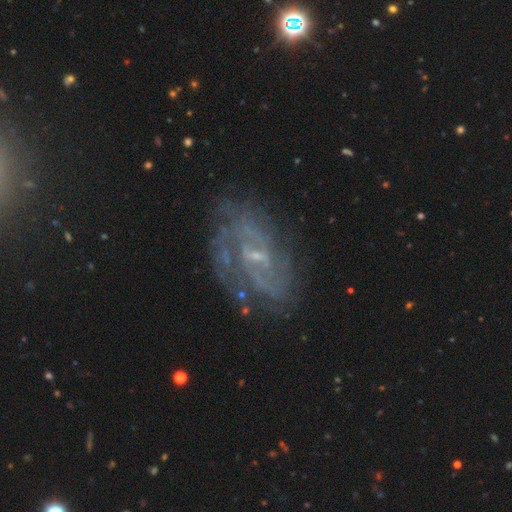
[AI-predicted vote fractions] A featured or disk galaxy (81%) with a weak bar (52%), 2 (37%) tight (41%) spiral arms (89%) and a small central bulge (69%).

Vote fractions:
- Smooth or featured? featured or disk: 81% / star or artifact: 10% / smooth: 9%
- Edge-on disk? no: 96% / yes: 4%
- Bar? weak: 52% / no: 32% / strong: 16%
- Spiral arms? yes: 89% / no: 11%
- Spiral winding? tight: 41% / medium: 40% / loose: 19%
- Spiral arm count? 2: 37% / can't tell: 34% / 3: 12% / 4: 6% / 1: 6% / more than 4: 5%
- Bulge size? small: 69% / moderate: 16% / none: 14% / large: 1% / dominant: 1%
- Merging? none: 71% / minor disturbance: 16% / major disturbance: 10% / merger: 2%